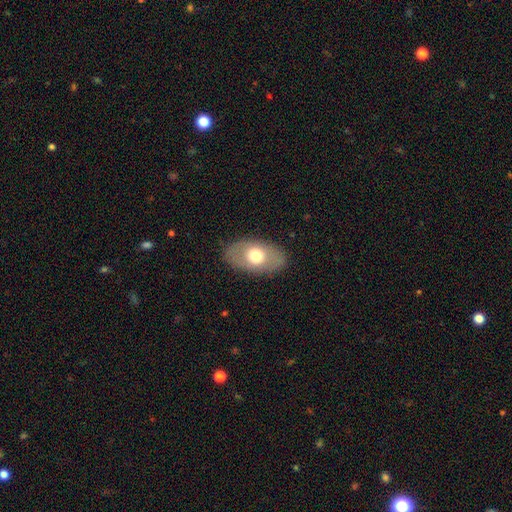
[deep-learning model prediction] Smooth or featured?
  - smooth: 61% *
  - featured or disk: 33%
  - star or artifact: 6%
How rounded?
  - in between: 89% *
  - round: 9%
  - cigar-shaped: 2%
Merging?
  - none: 84% *
  - minor disturbance: 11%
  - major disturbance: 4%
  - merger: 1%